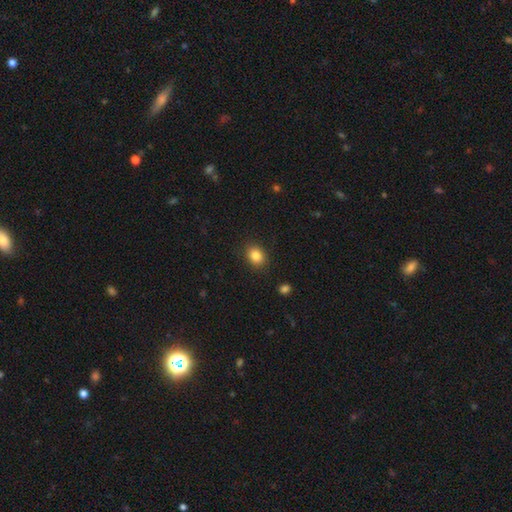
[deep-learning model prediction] smooth_or_featured: smooth (p=0.84) [alt: star or artifact p=0.10]
how_rounded: round (p=0.50) [alt: in between p=0.49]
merging: none (p=0.88) [alt: minor disturbance p=0.08]